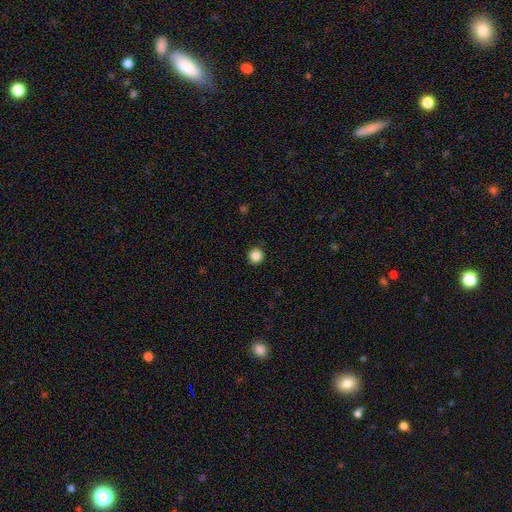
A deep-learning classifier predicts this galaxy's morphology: Smooth or featured? smooth (86%)
How rounded? round (95%)
Merging? none (93%)